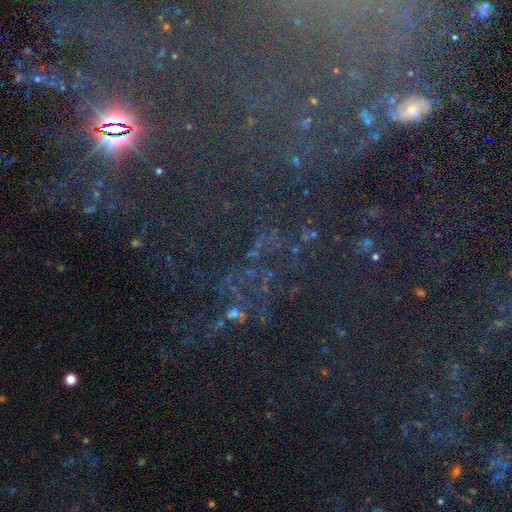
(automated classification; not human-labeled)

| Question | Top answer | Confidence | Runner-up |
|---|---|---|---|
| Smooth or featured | star or artifact | 72% | featured or disk (14%) |